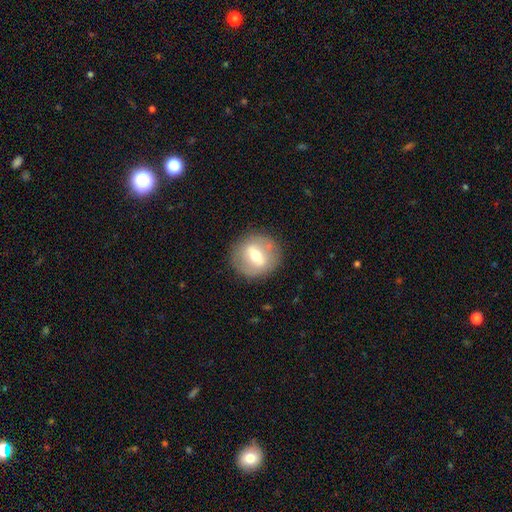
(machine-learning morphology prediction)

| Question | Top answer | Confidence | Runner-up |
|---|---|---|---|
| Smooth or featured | featured or disk | 50% | smooth (43%) |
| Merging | none | 85% | minor disturbance (10%) |